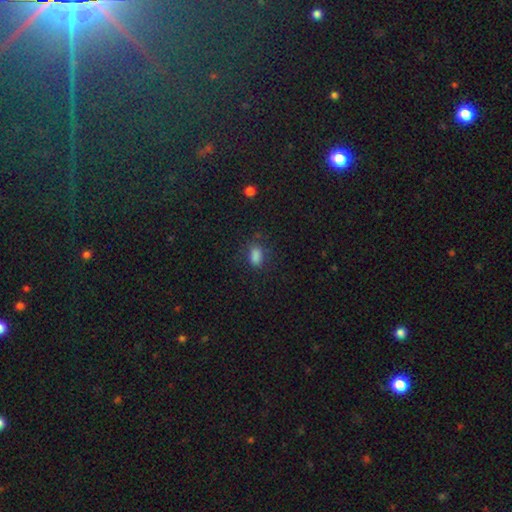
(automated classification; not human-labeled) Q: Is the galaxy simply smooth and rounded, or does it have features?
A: smooth — 82%.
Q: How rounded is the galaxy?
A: in between — 82%.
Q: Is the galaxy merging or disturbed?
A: none — 72%.